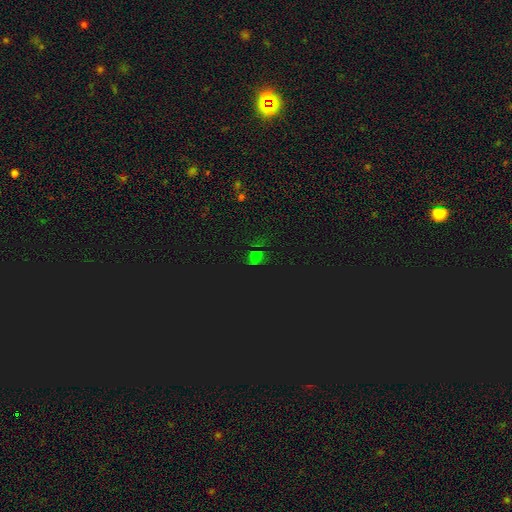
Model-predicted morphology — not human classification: Overall: star or artifact (58%; smooth 32%).